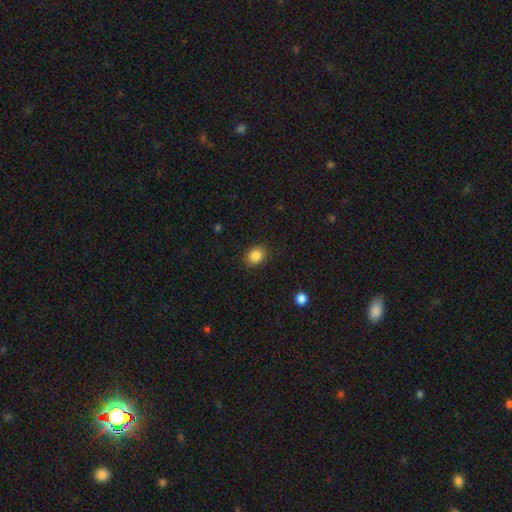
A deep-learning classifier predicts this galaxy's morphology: The model was most divided on "how rounded": round: 58%, in between: 42%, cigar-shaped: 1%. More confident: merging — none (87%); smooth or featured — smooth (86%).